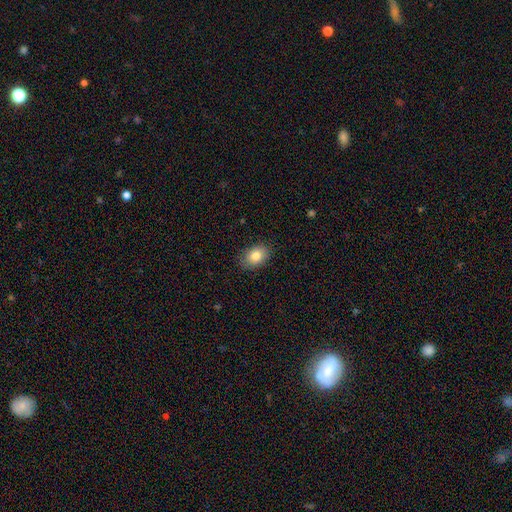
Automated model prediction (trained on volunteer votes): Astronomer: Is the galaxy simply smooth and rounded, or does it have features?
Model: smooth — 84%.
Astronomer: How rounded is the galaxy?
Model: in between — 79%.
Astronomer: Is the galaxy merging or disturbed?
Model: none — 86%.